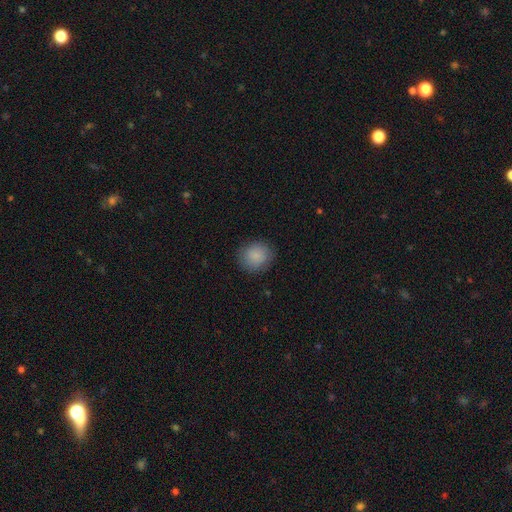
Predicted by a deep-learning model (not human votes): Overall: smooth (87%). How rounded: round (83%). Merging: none (85%).